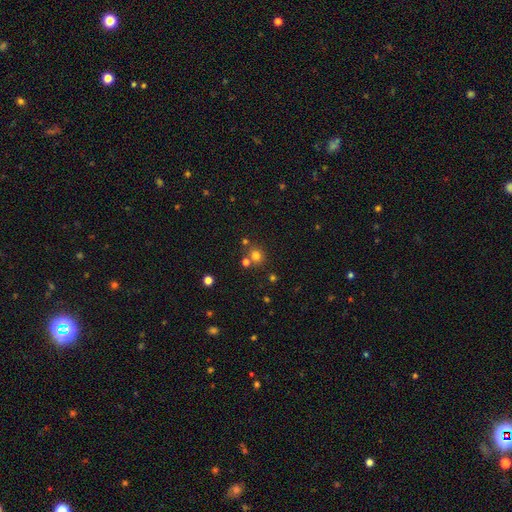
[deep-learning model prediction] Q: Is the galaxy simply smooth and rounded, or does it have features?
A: smooth — 74%.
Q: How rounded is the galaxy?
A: round — 85%.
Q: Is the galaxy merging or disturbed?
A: none — 69%.